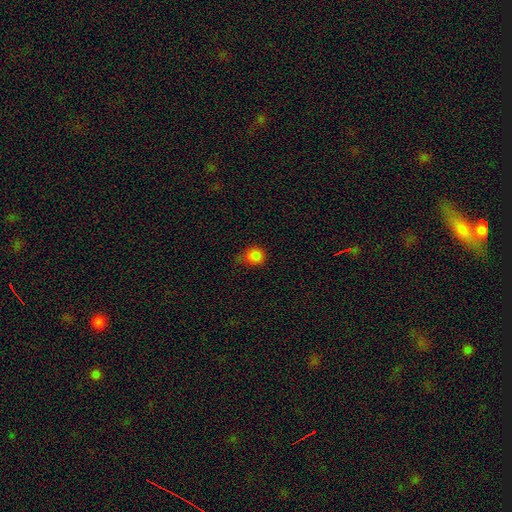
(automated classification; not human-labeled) Smooth or featured?
  - smooth: 82% *
  - star or artifact: 14%
  - featured or disk: 4%
How rounded?
  - round: 81% *
  - in between: 18%
  - cigar-shaped: 1%
Merging?
  - none: 58% *
  - minor disturbance: 30%
  - major disturbance: 9%
  - merger: 3%